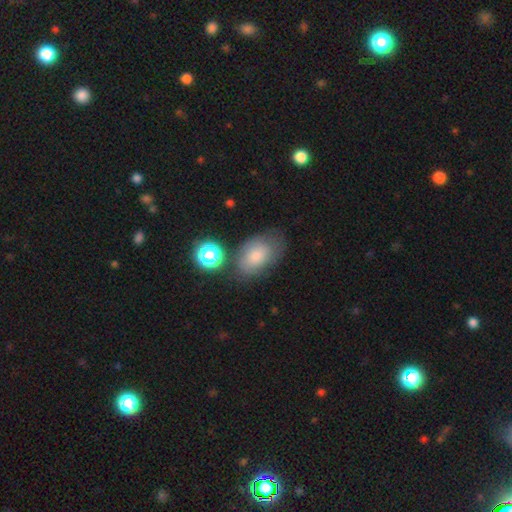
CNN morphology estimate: smooth_or_featured: smooth (p=0.73) [alt: featured or disk p=0.17]
how_rounded: in between (p=0.88) [alt: round p=0.11]
merging: none (p=0.60) [alt: minor disturbance p=0.24]